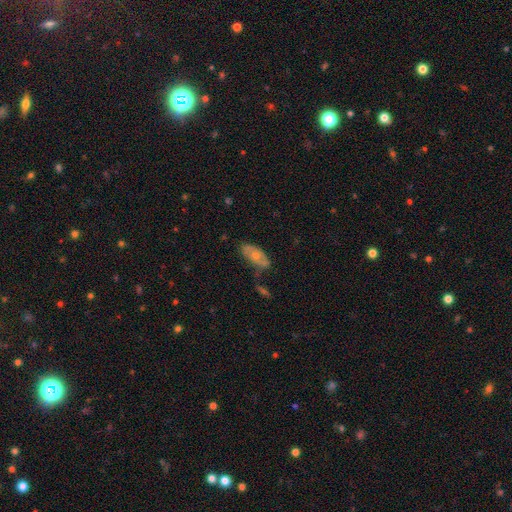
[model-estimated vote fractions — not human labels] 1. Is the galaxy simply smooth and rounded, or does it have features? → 52% smooth, 41% featured or disk, 7% star or artifact.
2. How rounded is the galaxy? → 85% in between, 11% cigar-shaped, 4% round.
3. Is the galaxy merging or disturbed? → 54% none, 28% minor disturbance, 9% major disturbance, 9% merger.